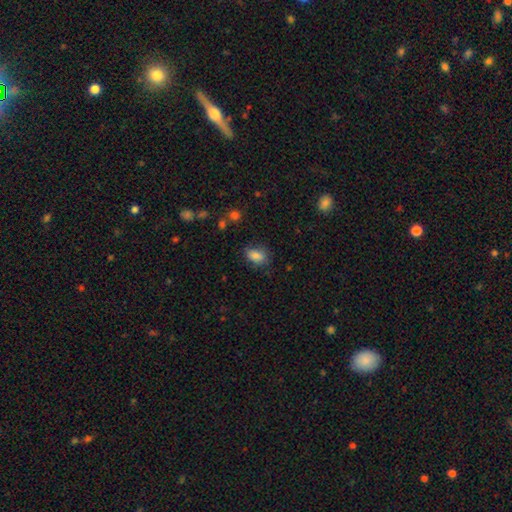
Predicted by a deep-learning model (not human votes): The model was most divided on "merging": none: 70%, minor disturbance: 22%, major disturbance: 6%, merger: 2%. More confident: smooth or featured — smooth (83%); how rounded — in between (83%).